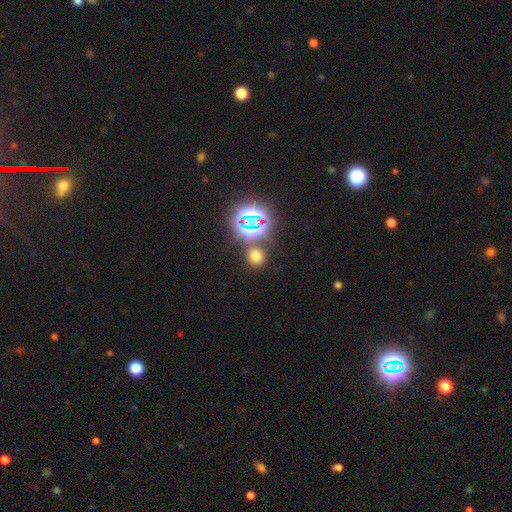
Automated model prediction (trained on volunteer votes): Smooth or featured? smooth (60%)
How rounded? round (83%)
Merging? none (81%)